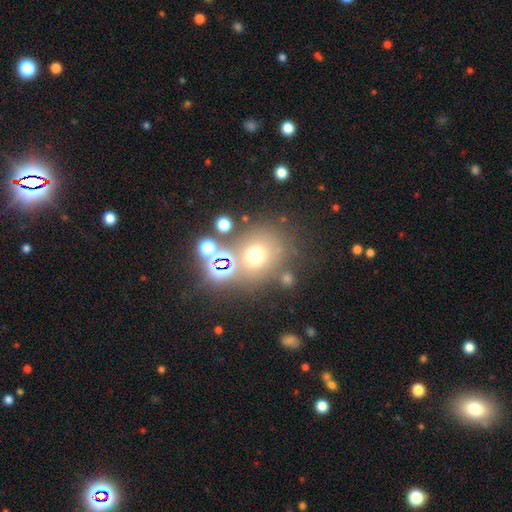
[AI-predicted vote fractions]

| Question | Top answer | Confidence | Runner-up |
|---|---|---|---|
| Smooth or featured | smooth | 60% | star or artifact (26%) |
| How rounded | round | 79% | in between (20%) |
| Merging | none | 67% | merger (13%) |